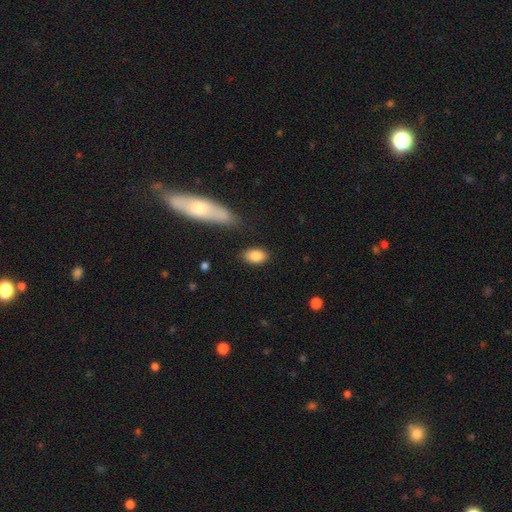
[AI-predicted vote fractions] The model was most divided on "merging": none: 82%, minor disturbance: 12%, major disturbance: 3%, merger: 3%. More confident: how rounded — in between (89%); smooth or featured — smooth (86%).